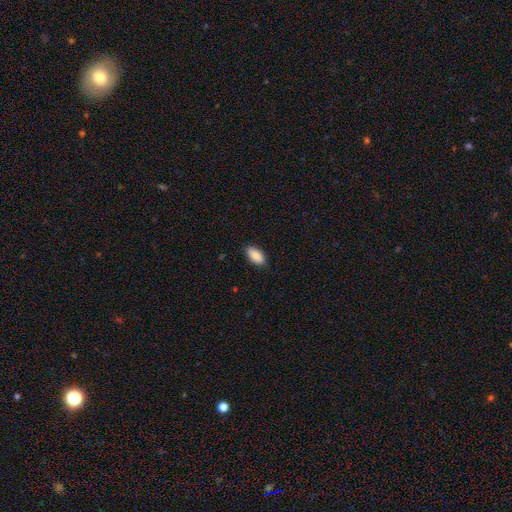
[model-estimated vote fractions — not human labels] smooth-or-featured: smooth: 90% | star or artifact: 6% | featured or disk: 3%
  how-rounded: in between: 94% | cigar-shaped: 4% | round: 3%
  merging: none: 87% | minor disturbance: 10% | major disturbance: 2% | merger: 1%